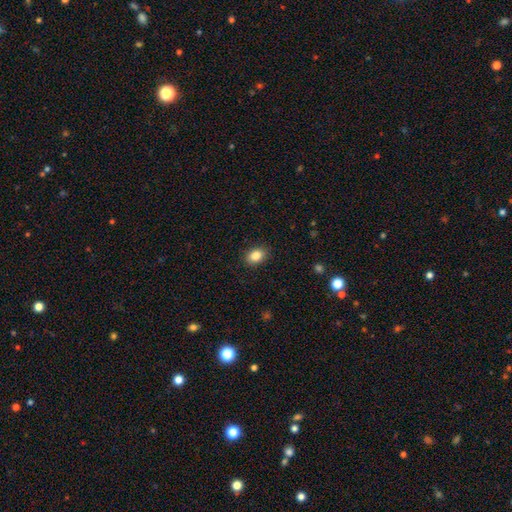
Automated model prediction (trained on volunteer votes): Morphology: type=smooth (85%); roundness=in between (72%); merging=none (88%).